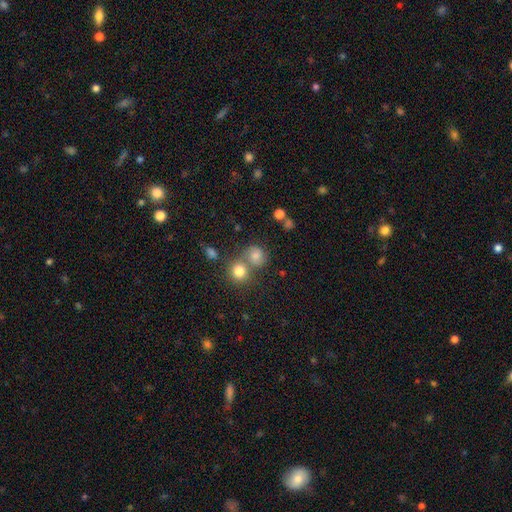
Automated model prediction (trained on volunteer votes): smooth_or_featured: smooth (p=0.73) [alt: featured or disk p=0.14]
how_rounded: round (p=0.75) [alt: in between p=0.24]
merging: none (p=0.44) [alt: merger p=0.38]